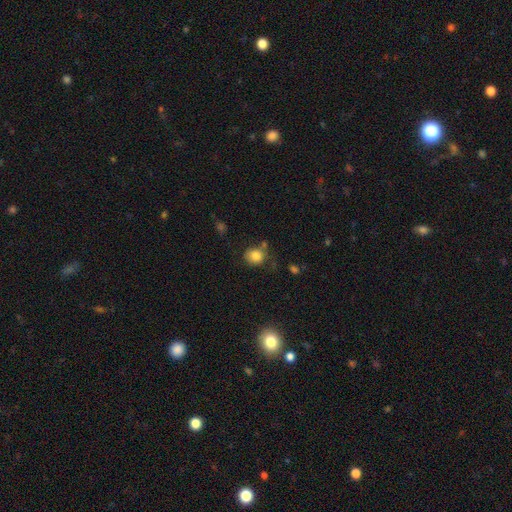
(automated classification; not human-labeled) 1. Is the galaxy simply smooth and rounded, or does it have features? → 83% smooth, 10% star or artifact, 7% featured or disk.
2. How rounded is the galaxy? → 77% round, 23% in between, 1% cigar-shaped.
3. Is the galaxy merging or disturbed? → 65% none, 20% minor disturbance, 8% merger, 7% major disturbance.